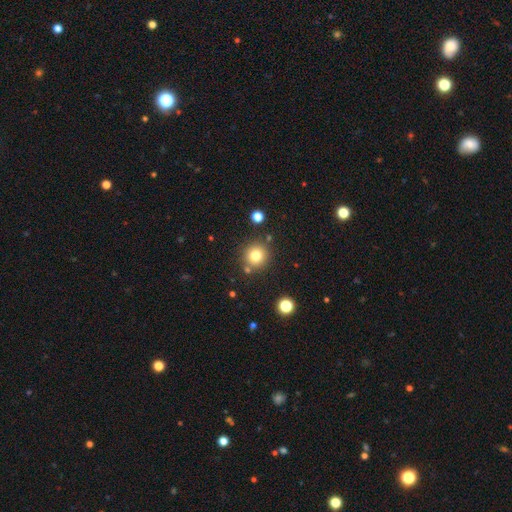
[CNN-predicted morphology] smooth 78%, star or artifact 14%, featured or disk 9%. Down the decision tree: how rounded — round (93%); merging — none (82%).